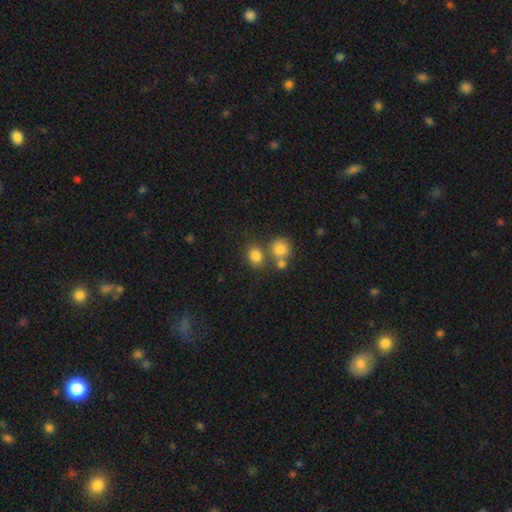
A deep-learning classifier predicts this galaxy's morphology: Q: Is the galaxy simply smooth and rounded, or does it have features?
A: smooth — 81%.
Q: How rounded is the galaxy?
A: round — 55%.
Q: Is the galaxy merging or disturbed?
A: none — 61%.